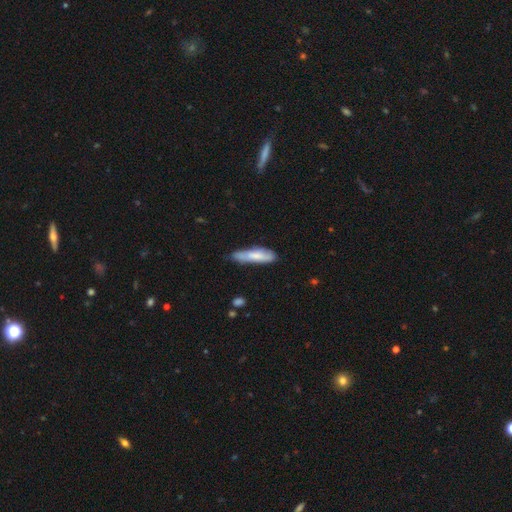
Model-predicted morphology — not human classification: A smooth galaxy with no disk features (71%) that is cigar-shaped (72%).

Vote fractions:
- Smooth or featured? smooth: 71% / featured or disk: 23% / star or artifact: 6%
- How rounded? cigar-shaped: 72% / in between: 27% / round: 1%
- Merging? none: 60% / minor disturbance: 30% / major disturbance: 6% / merger: 3%